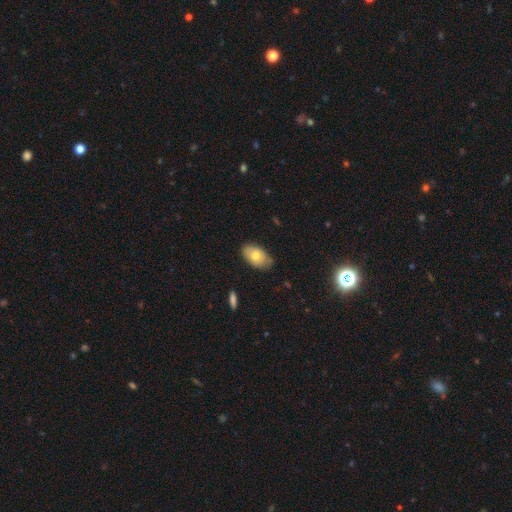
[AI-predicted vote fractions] The model was most divided on "smooth or featured": smooth: 69%, featured or disk: 24%, star or artifact: 7%. More confident: how rounded — in between (91%); merging — none (74%).